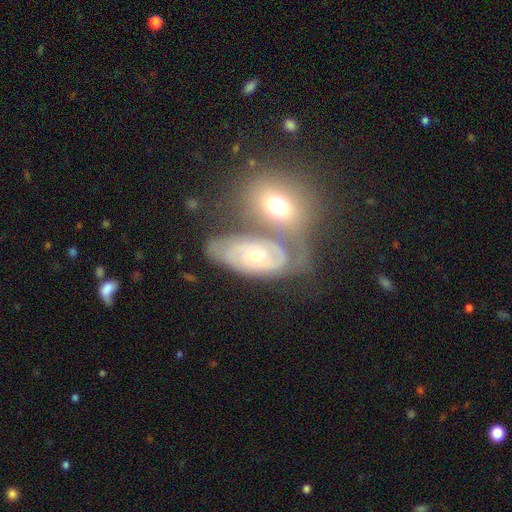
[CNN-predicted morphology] A featured or disk galaxy (72%) with no bar (82%), tight (70%) spiral arms (76%) and a moderate central bulge (56%).

Vote fractions:
- Smooth or featured? featured or disk: 72% / smooth: 21% / star or artifact: 7%
- Edge-on disk? no: 92% / yes: 8%
- Bar? no: 82% / weak: 14% / strong: 4%
- Spiral arms? yes: 76% / no: 24%
- Spiral winding? tight: 70% / medium: 23% / loose: 7%
- Spiral arm count? can't tell: 43% / 2: 38% / 1: 8% / 3: 7% / 4: 2% / more than 4: 2%
- Bulge size? moderate: 56% / small: 40% / large: 3% / none: 1% / dominant: 1%
- Merging? none: 40% / merger: 33% / minor disturbance: 18% / major disturbance: 10%